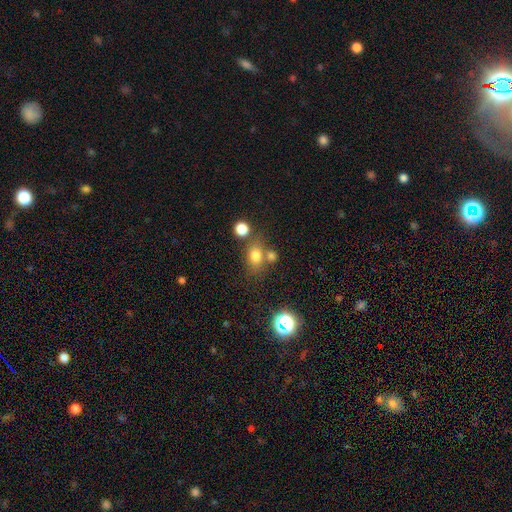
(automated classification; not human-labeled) Overall: smooth (75%). How rounded: in between (59%; round 40%). Merging: none (57%; merger 24%).